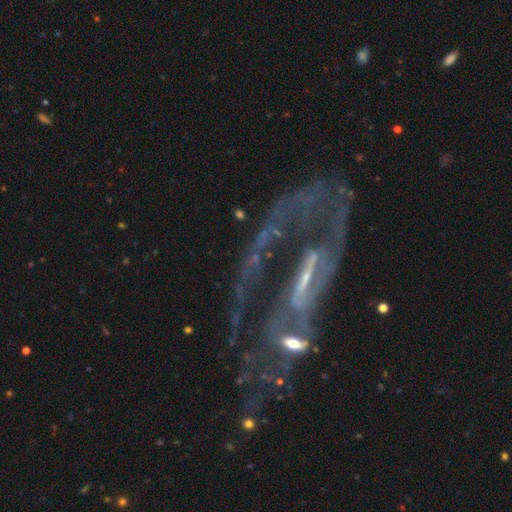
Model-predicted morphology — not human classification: This appears to be a featured or disk galaxy (82%) with a weak bar (36%, tied with strong), 2 (52%) medium (42%) spiral arms (78%) and a small central bulge (51%). Merging: none (35%).